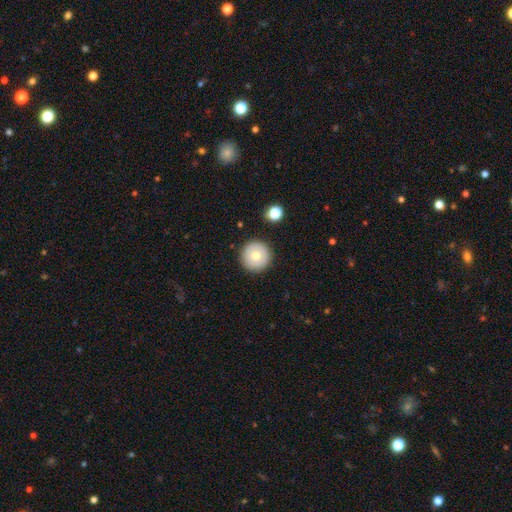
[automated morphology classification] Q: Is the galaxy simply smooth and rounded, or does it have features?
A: smooth — 71%.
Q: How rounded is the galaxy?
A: round — 97%.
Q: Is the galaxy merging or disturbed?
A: none — 91%.